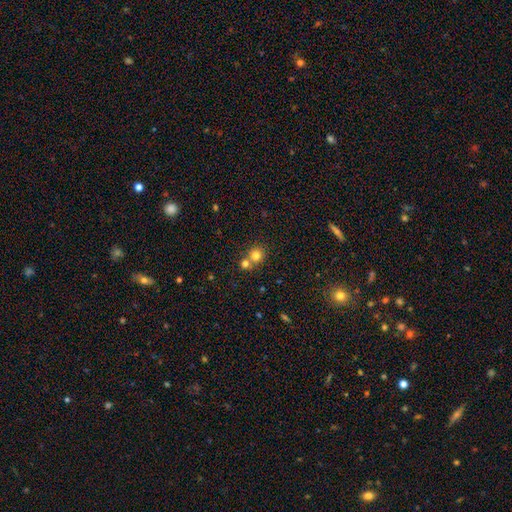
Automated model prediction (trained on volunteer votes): This is likely a smooth galaxy (78%). How rounded: clearly round (87%). Merging: possibly none (54%).